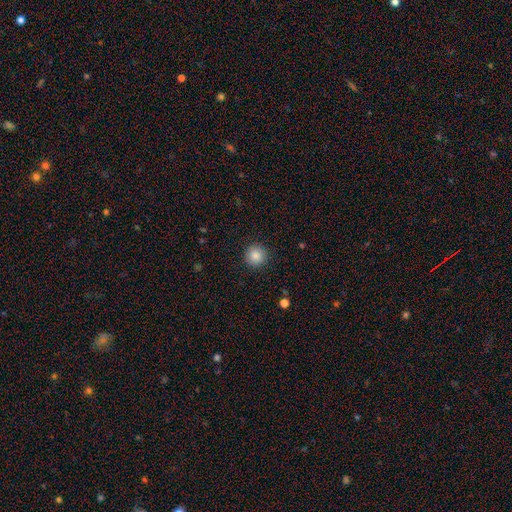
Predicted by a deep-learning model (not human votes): Smooth or featured: smooth — 86% (star or artifact — 9%)
How rounded: round — 95% (in between — 4%)
Merging: none — 91% (minor disturbance — 6%)